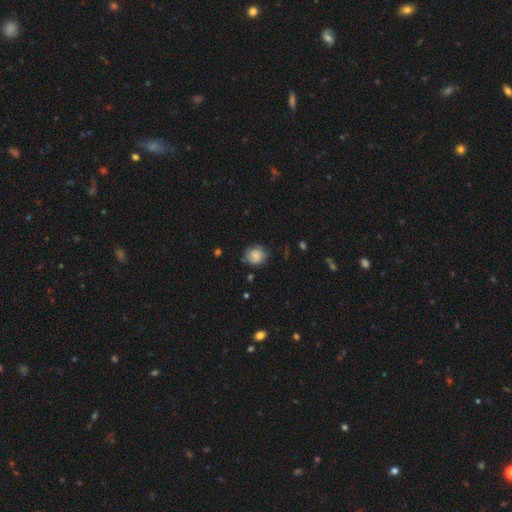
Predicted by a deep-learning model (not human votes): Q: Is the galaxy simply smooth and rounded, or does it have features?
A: smooth — 78%.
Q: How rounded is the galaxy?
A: round — 80%.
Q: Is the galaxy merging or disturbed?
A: none — 68%.